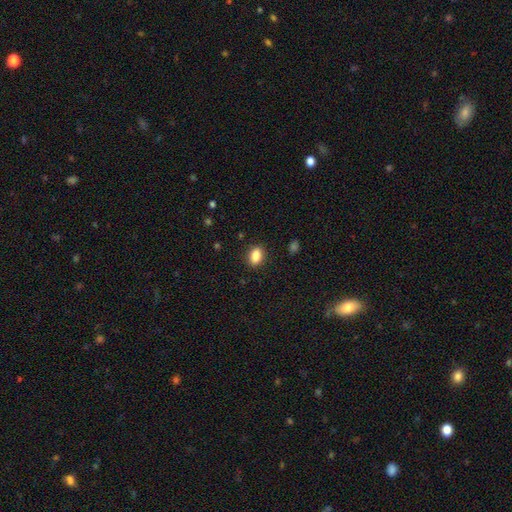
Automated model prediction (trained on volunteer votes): Smooth or featured: smooth — 87% (star or artifact — 8%)
How rounded: in between — 83% (round — 14%)
Merging: none — 88% (minor disturbance — 9%)